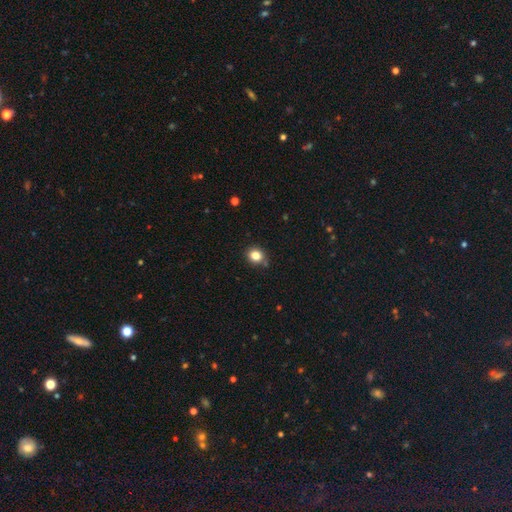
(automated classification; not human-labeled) The model was most divided on "how rounded": round: 75%, in between: 24%, cigar-shaped: 1%. More confident: smooth or featured — smooth (83%); merging — none (82%).